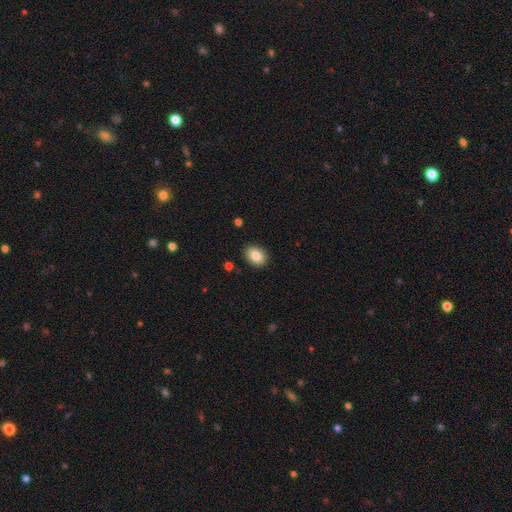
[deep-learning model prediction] Smooth or featured? smooth (85%)
How rounded? in between (70%)
Merging? none (90%)